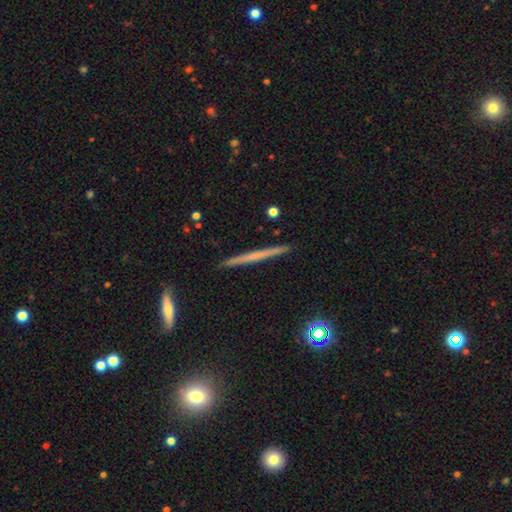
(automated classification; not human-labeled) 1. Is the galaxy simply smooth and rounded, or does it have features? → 54% featured or disk, 39% smooth, 7% star or artifact.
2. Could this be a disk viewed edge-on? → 98% yes, 2% no.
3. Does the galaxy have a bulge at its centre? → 85% none, 11% rounded, 4% boxy.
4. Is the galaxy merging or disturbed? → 91% none, 6% minor disturbance, 1% major disturbance, 1% merger.